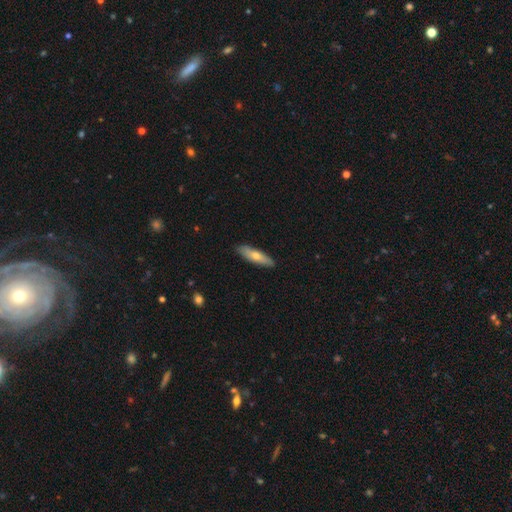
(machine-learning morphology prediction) type=smooth (64%); roundness=cigar-shaped (65%); merging=none (89%).